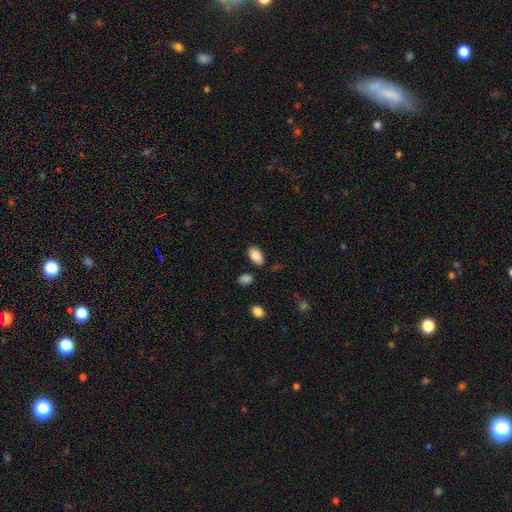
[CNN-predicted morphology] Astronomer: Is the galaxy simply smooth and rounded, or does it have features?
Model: smooth — 88%.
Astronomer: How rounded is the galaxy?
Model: in between — 94%.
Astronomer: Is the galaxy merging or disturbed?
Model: none — 82%.